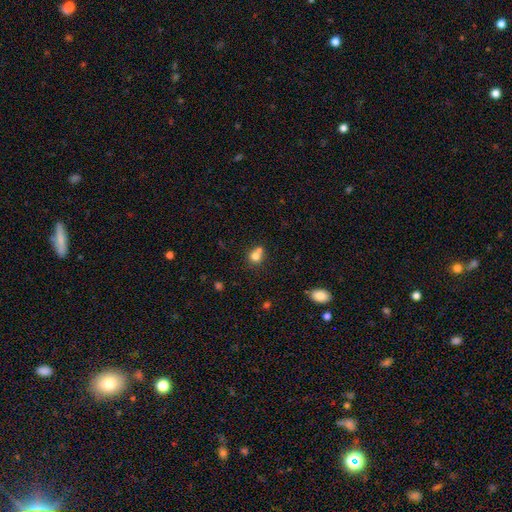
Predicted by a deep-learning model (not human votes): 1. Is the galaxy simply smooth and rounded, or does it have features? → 76% smooth, 13% star or artifact, 11% featured or disk.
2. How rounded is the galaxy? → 84% round, 16% in between, 1% cigar-shaped.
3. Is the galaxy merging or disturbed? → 46% merger, 44% none, 7% minor disturbance, 3% major disturbance.